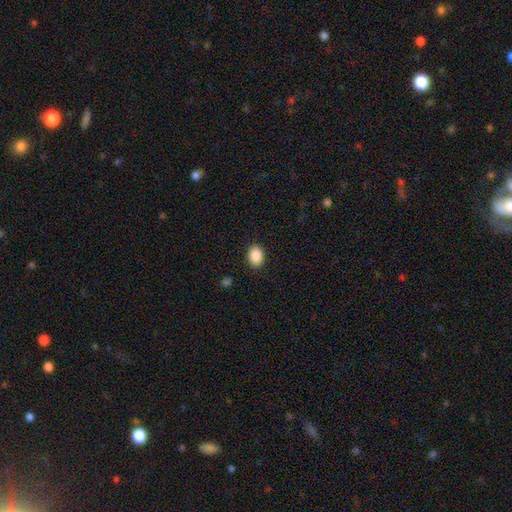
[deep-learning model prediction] smooth_or_featured: smooth (p=0.90) [alt: star or artifact p=0.08]
how_rounded: in between (p=0.75) [alt: round p=0.24]
merging: none (p=0.88) [alt: minor disturbance p=0.08]